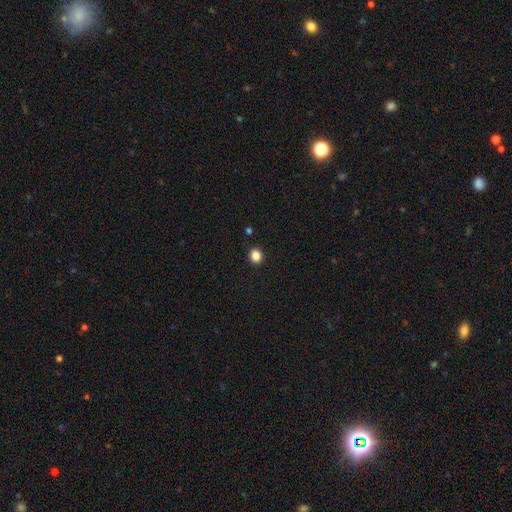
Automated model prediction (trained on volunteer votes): Q: Smooth or featured?
A: smooth (85%); runner-up: star or artifact (11%)
Q: How rounded?
A: round (65%); runner-up: in between (34%)
Q: Merging?
A: none (90%); runner-up: minor disturbance (7%)